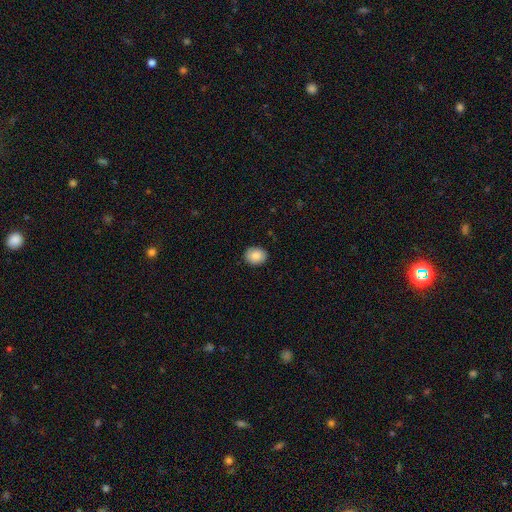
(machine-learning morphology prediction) Smooth or featured? smooth (86%)
How rounded? round (54%)
Merging? none (89%)